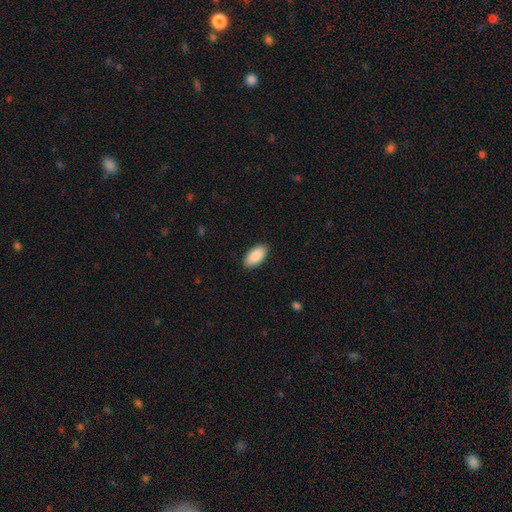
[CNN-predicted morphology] smooth-or-featured: smooth: 90% | star or artifact: 6% | featured or disk: 4%
  how-rounded: in between: 95% | cigar-shaped: 3% | round: 2%
  merging: none: 88% | minor disturbance: 9% | major disturbance: 2% | merger: 1%